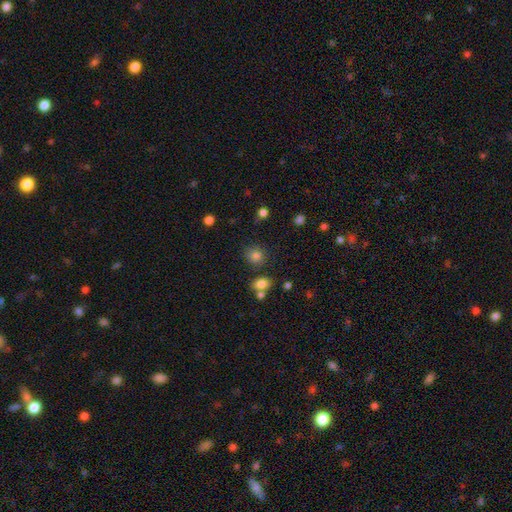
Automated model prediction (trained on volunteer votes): Overall: smooth (82%). How rounded: round (80%). Merging: none (79%).